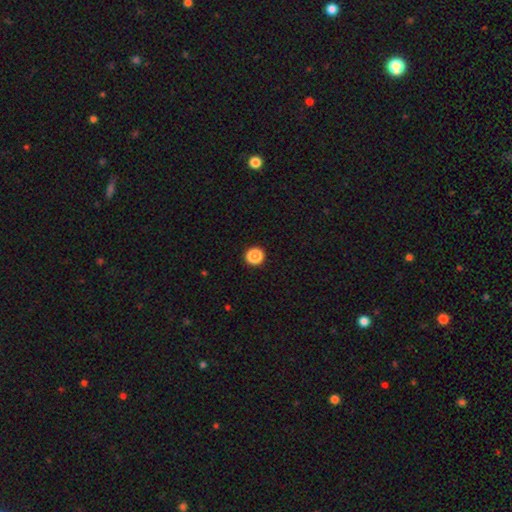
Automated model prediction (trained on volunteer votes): Morphology: type=smooth (79%); roundness=round (89%); merging=none (90%).